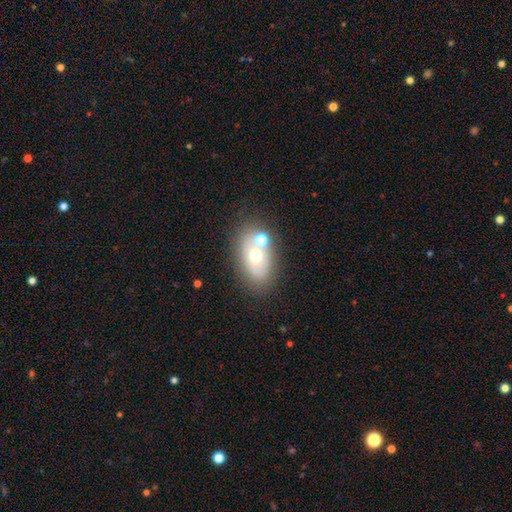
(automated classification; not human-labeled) Smooth or featured? Predicted: smooth (p=0.54). How rounded? Predicted: in between (p=0.79). Merging? Predicted: none (p=0.59).